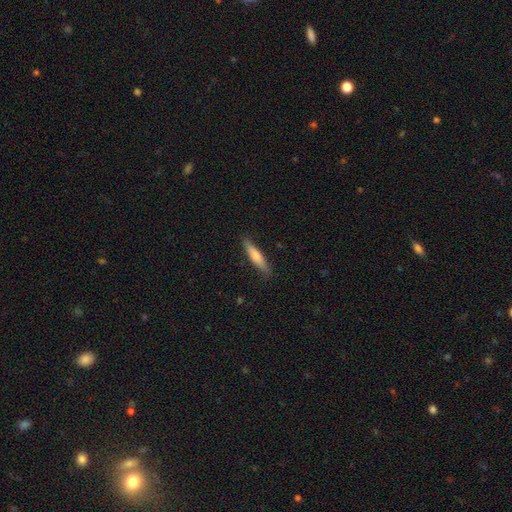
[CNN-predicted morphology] type=smooth (71%); roundness=cigar-shaped (86%); merging=none (87%).